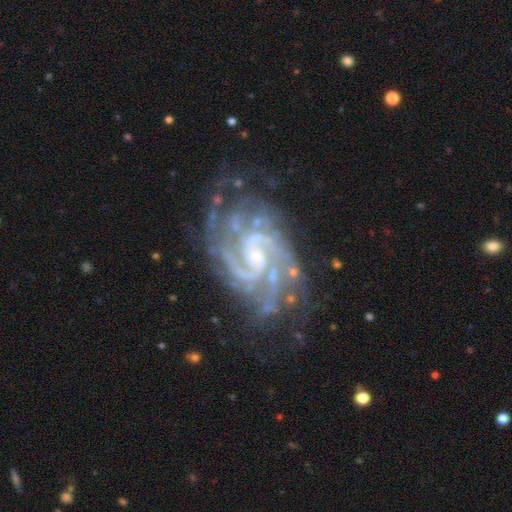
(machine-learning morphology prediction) This appears to be a featured or disk galaxy (92%) with no bar (48%), 2 (45%) tight (50%) spiral arms (99%) and a small central bulge (67%). Merging: none (68%).